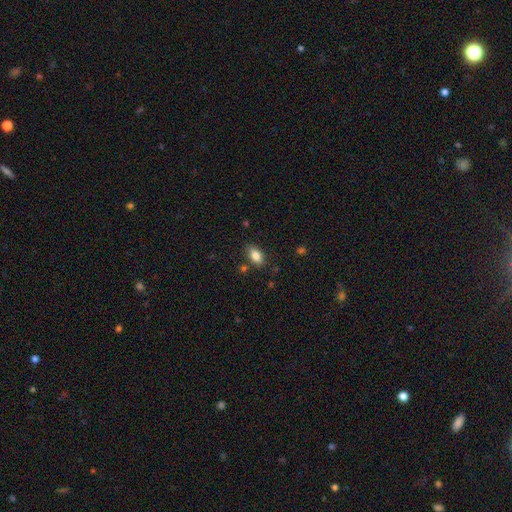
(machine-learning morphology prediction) Smooth or featured? smooth (84%)
How rounded? in between (90%)
Merging? none (82%)